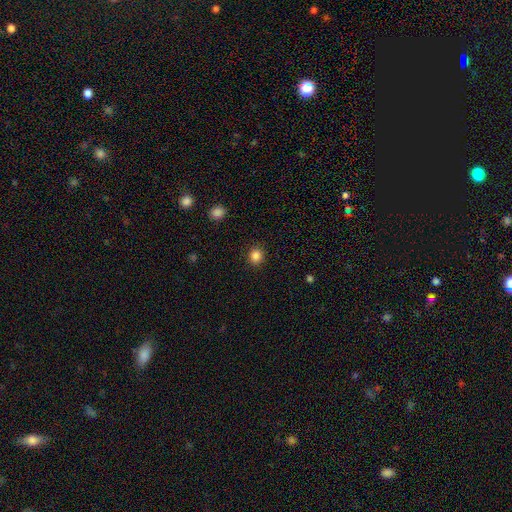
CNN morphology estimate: Smooth or featured? smooth (85%)
How rounded? round (81%)
Merging? none (91%)